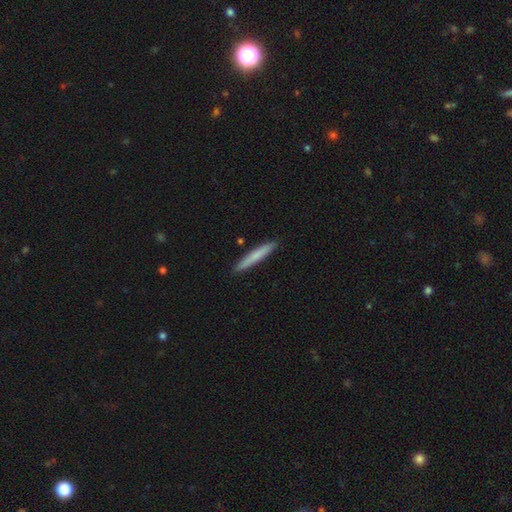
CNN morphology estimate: smooth_or_featured: smooth (p=0.72) [alt: featured or disk p=0.22]
how_rounded: cigar-shaped (p=0.95) [alt: in between p=0.03]
merging: none (p=0.91) [alt: minor disturbance p=0.06]